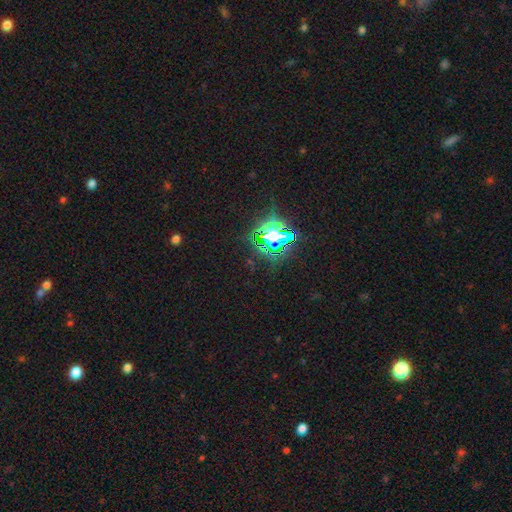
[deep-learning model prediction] Smooth or featured: star or artifact — 80% (smooth — 13%)